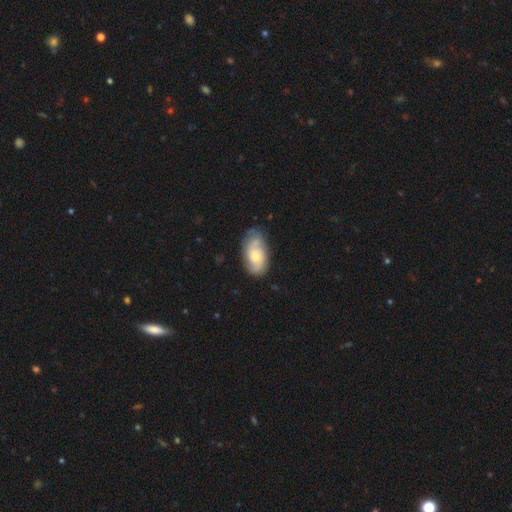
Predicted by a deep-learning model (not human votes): Q: Smooth or featured?
A: featured or disk (53%); runner-up: smooth (41%)
Q: Edge-on disk?
A: no (94%); runner-up: yes (6%)
Q: Merging?
A: none (65%); runner-up: minor disturbance (25%)